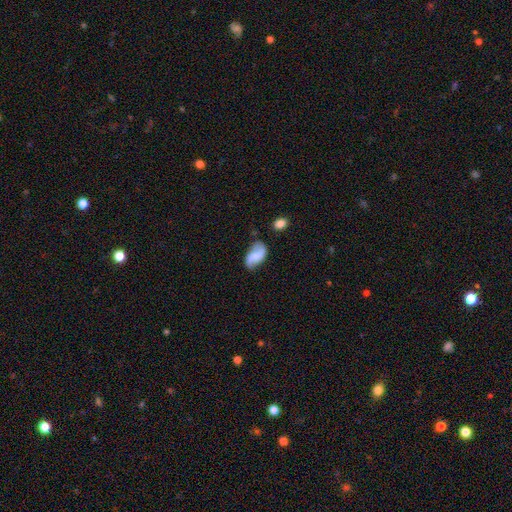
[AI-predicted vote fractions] Smooth or featured: smooth — 47% (featured or disk — 45%)
Merging: none — 58% (minor disturbance — 28%)